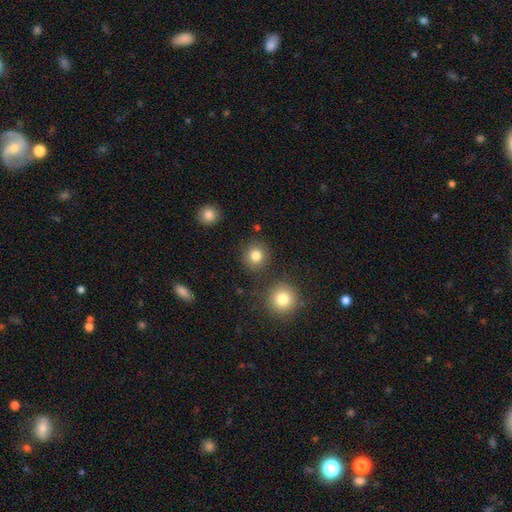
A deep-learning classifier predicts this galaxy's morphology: Q: Smooth or featured?
A: smooth (82%); runner-up: star or artifact (11%)
Q: How rounded?
A: round (91%); runner-up: in between (8%)
Q: Merging?
A: none (85%); runner-up: minor disturbance (7%)